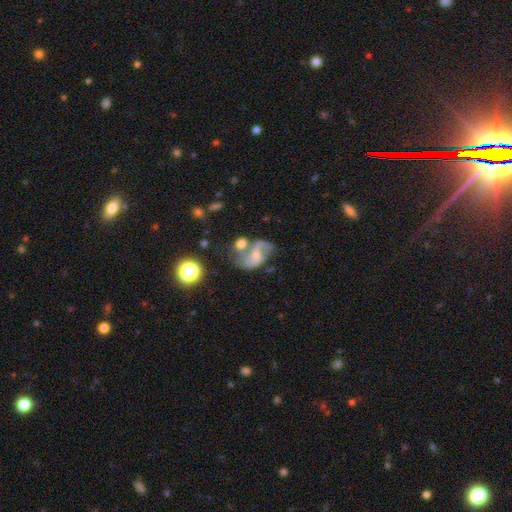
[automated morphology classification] This appears to be a featured or disk galaxy (69%) with a weak bar (43%), 2 (84%) loose (53%) spiral arms (83%) and a moderate central bulge (41%). Merging: merger (33%).